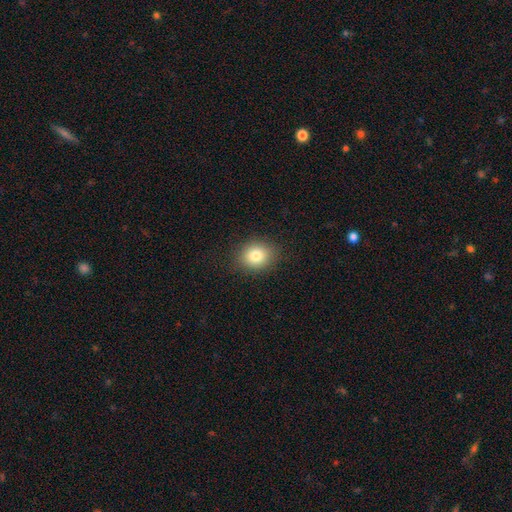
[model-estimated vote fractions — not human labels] The model was most divided on "how rounded": round: 63%, in between: 36%, cigar-shaped: 1%. More confident: merging — none (88%); smooth or featured — smooth (82%).